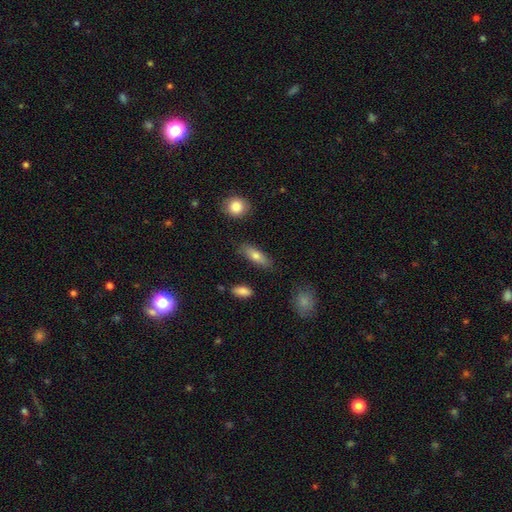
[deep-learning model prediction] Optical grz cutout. It shows a smooth galaxy with no disk features (74%) that is in between round and cigar-shaped (58%). Merging: none (83%).